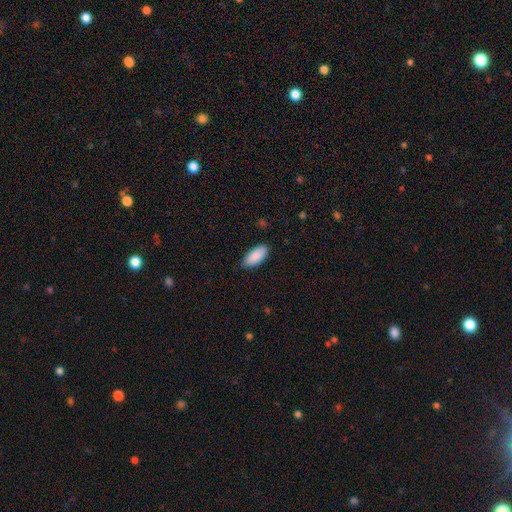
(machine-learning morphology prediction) Q: Smooth or featured?
A: smooth (90%); runner-up: star or artifact (6%)
Q: How rounded?
A: in between (90%); runner-up: cigar-shaped (8%)
Q: Merging?
A: none (84%); runner-up: minor disturbance (13%)